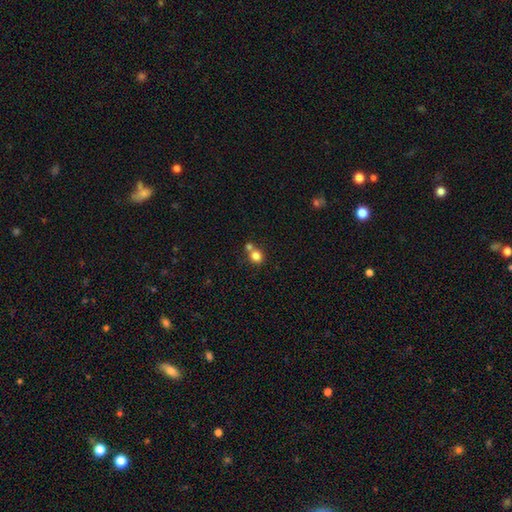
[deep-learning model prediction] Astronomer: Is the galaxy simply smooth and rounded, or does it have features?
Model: smooth — 82%.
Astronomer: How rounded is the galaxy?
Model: round — 83%.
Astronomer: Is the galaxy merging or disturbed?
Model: none — 52% (runner-up: merger, 37%).